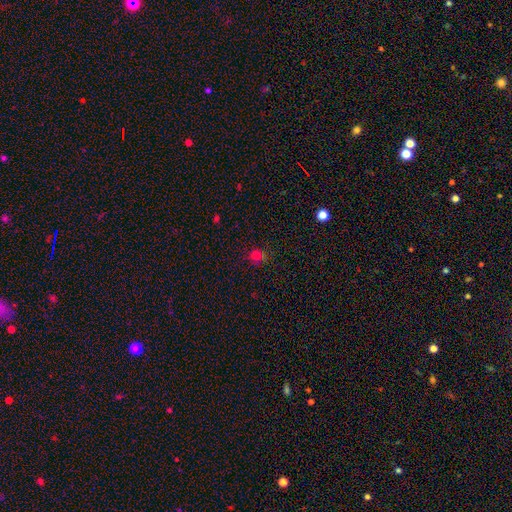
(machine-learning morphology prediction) The model was most divided on "how rounded": round: 72%, in between: 27%, cigar-shaped: 1%. More confident: merging — none (74%); smooth or featured — smooth (72%).